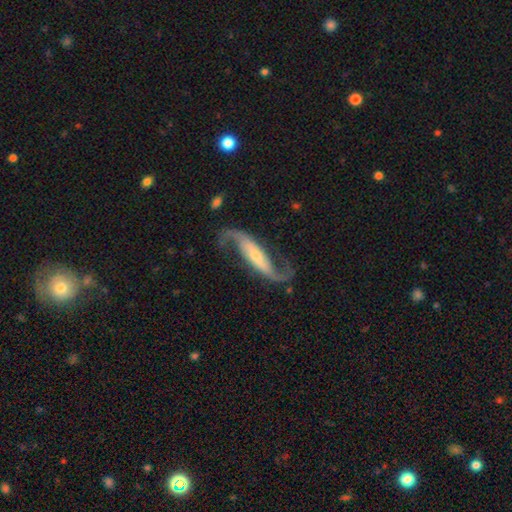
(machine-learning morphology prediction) A featured or disk galaxy (90%) with a strong bar (45%), 2 (93%) loose (81%) spiral arms (97%) and a small central bulge (58%). Merging: none (74%).